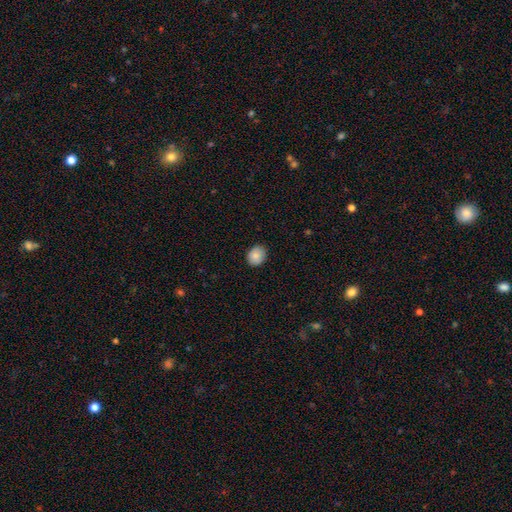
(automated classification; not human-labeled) Q: Smooth or featured?
A: smooth (86%); runner-up: star or artifact (8%)
Q: How rounded?
A: round (55%); runner-up: in between (44%)
Q: Merging?
A: none (86%); runner-up: minor disturbance (11%)